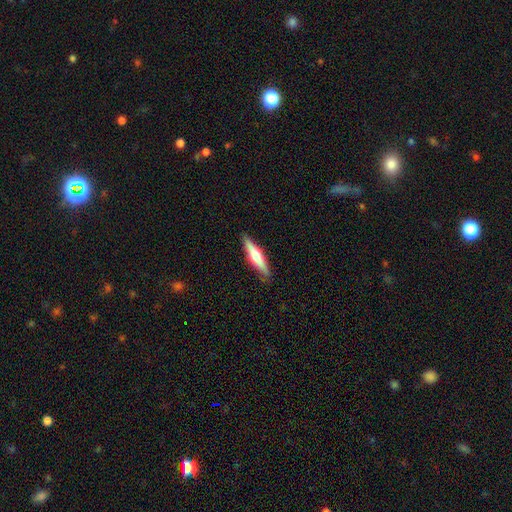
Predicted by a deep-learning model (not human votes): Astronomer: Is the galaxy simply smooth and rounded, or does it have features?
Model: featured or disk — 48% (runner-up: smooth, 47%).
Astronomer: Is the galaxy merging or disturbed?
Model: none — 89%.